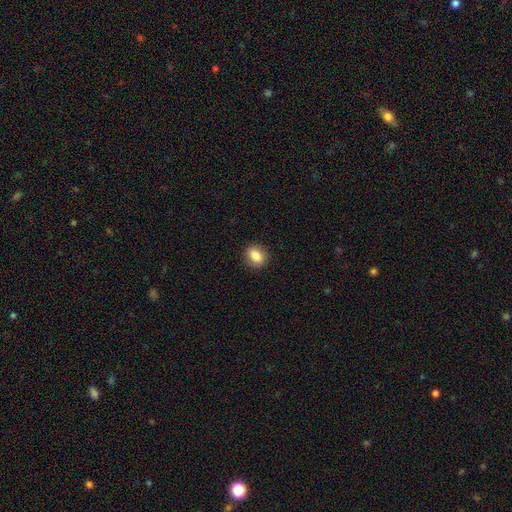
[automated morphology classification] Overall: smooth (85%). How rounded: in between (56%; round 43%). Merging: none (88%).